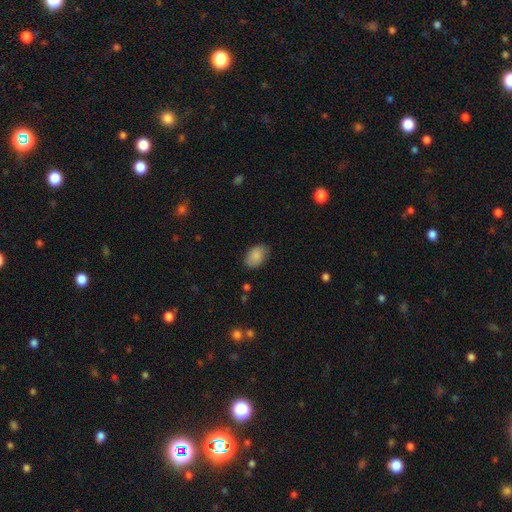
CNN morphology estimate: smooth_or_featured: smooth (p=0.87) [alt: star or artifact p=0.07]
how_rounded: in between (p=0.87) [alt: round p=0.12]
merging: none (p=0.79) [alt: minor disturbance p=0.16]